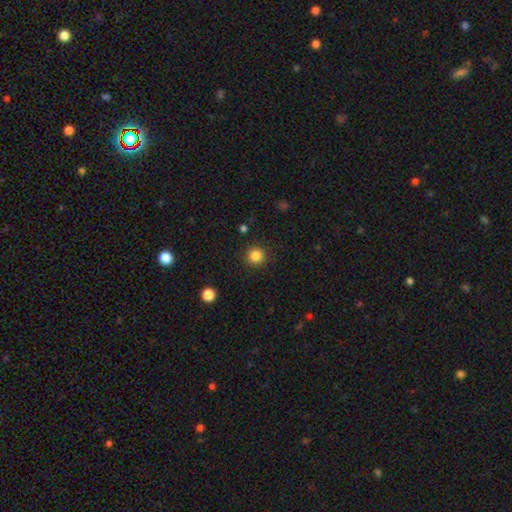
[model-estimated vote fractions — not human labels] This is clearly a smooth galaxy (84%). How rounded: clearly round (95%). Merging: clearly none (91%).